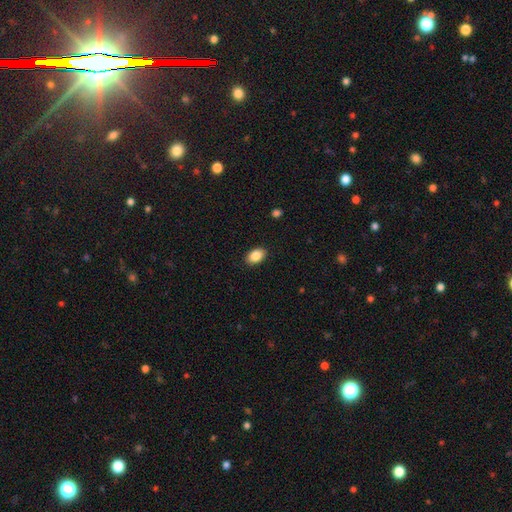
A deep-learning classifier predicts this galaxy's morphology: Overall: smooth (87%). How rounded: in between (87%). Merging: none (89%).